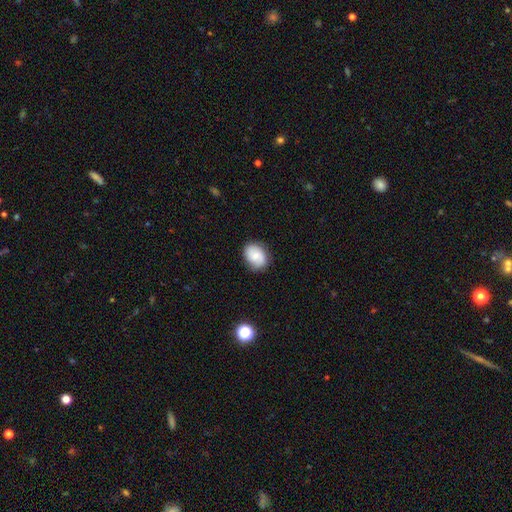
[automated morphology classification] Q: Smooth or featured?
A: smooth (59%); runner-up: featured or disk (33%)
Q: How rounded?
A: in between (53%); runner-up: round (46%)
Q: Merging?
A: none (78%); runner-up: minor disturbance (17%)